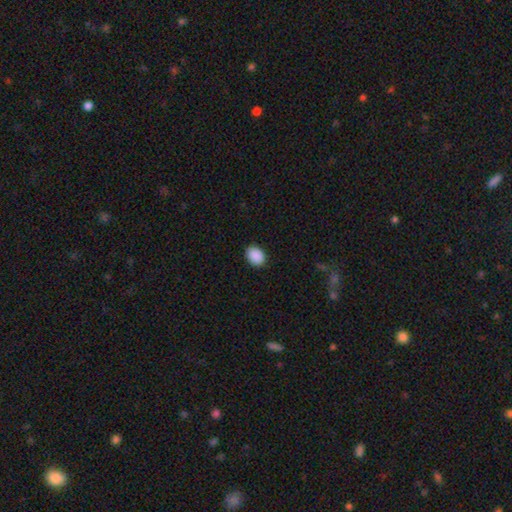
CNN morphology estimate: Q: Smooth or featured?
A: smooth (90%); runner-up: star or artifact (7%)
Q: How rounded?
A: in between (68%); runner-up: round (31%)
Q: Merging?
A: none (88%); runner-up: minor disturbance (9%)